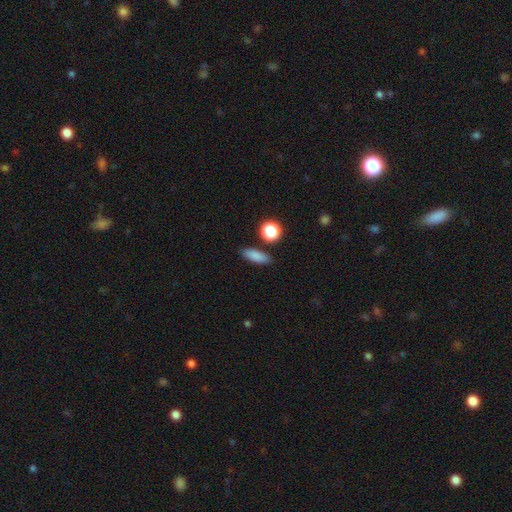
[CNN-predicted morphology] Smooth or featured? Predicted: smooth (p=0.83). How rounded? Predicted: in between (p=0.60). Merging? Predicted: none (p=0.85).